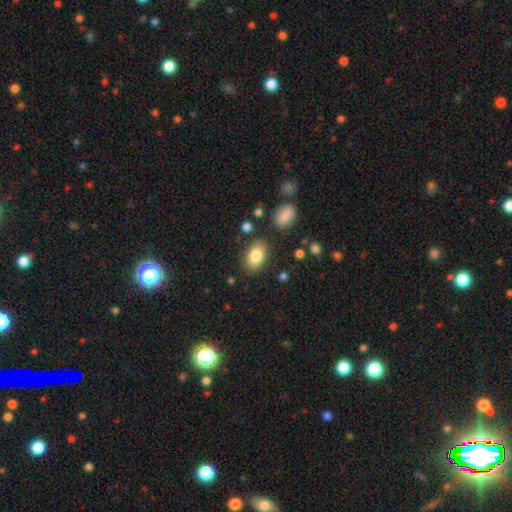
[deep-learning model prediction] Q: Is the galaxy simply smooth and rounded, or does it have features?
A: smooth — 82%.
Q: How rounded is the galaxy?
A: in between — 87%.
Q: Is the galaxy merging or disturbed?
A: none — 83%.